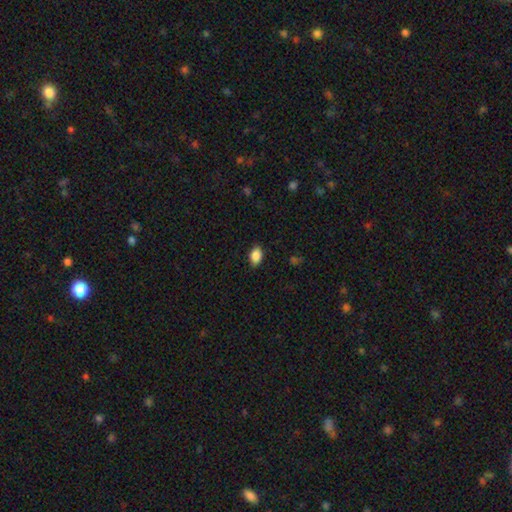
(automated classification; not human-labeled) Q: Smooth or featured?
A: smooth (88%); runner-up: star or artifact (8%)
Q: How rounded?
A: in between (86%); runner-up: round (12%)
Q: Merging?
A: none (86%); runner-up: minor disturbance (11%)